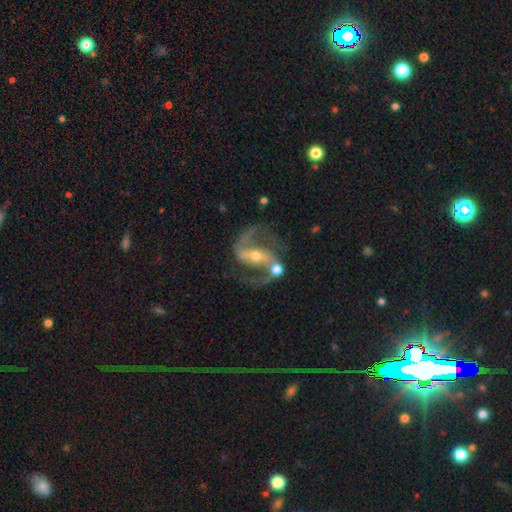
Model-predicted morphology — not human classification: type=featured or disk (91%); edge-on=no (97%); bar=strong (60%); spiral arms=yes (97%); winding=medium (60%); arm count=2 (93%); bulge=moderate (48%); merging=none (65%).